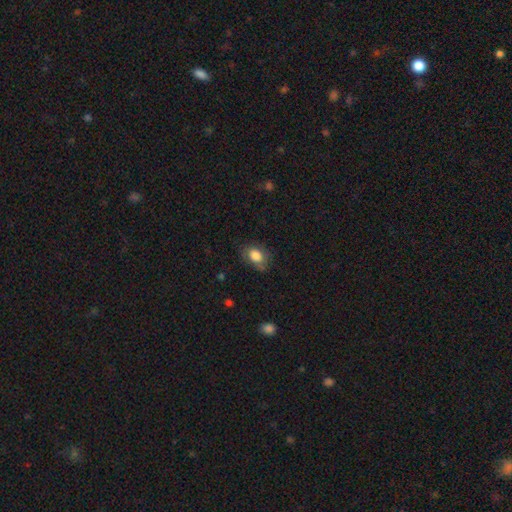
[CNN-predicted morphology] type=smooth (79%); roundness=in between (78%); merging=none (66%).